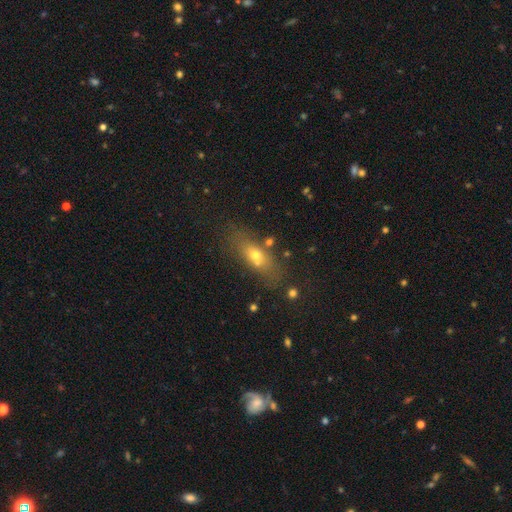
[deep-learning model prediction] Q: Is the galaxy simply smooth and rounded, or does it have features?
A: smooth — 61%.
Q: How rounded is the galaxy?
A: in between — 62%.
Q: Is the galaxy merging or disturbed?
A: none — 63%.